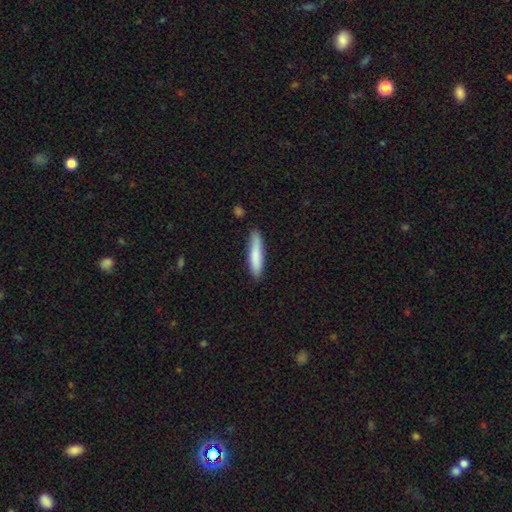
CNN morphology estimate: smooth 83%, featured or disk 11%, star or artifact 5%. Down the decision tree: how rounded — cigar-shaped (81%); merging — none (84%).